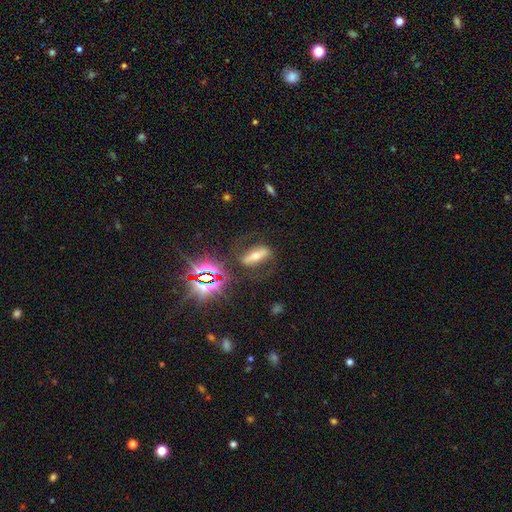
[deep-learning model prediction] Smooth or featured? Predicted: featured or disk (p=0.48). Merging? Predicted: none (p=0.71).